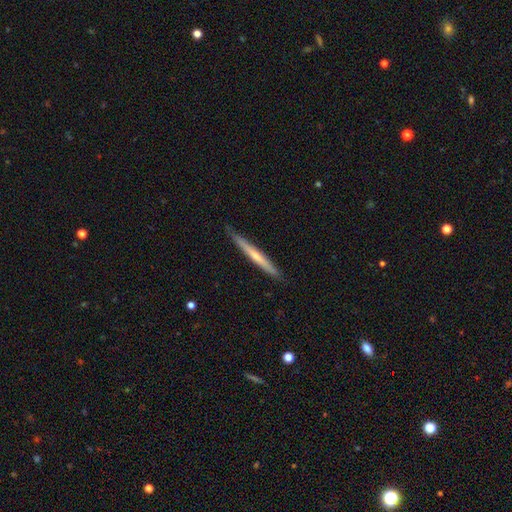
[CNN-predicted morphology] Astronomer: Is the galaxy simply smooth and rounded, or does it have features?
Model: featured or disk — 55% (runner-up: smooth, 40%).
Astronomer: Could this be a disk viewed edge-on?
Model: yes — 96%.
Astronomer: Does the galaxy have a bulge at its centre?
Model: rounded — 51% (runner-up: none, 46%).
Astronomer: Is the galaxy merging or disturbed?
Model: none — 88%.